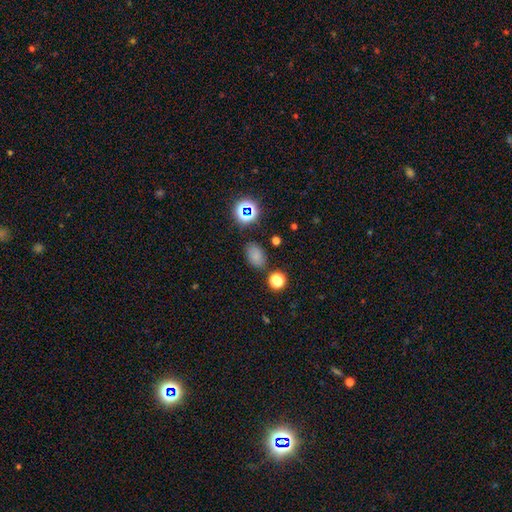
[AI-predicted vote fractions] Smooth or featured? Predicted: smooth (p=0.74). How rounded? Predicted: in between (p=0.84). Merging? Predicted: none (p=0.79).